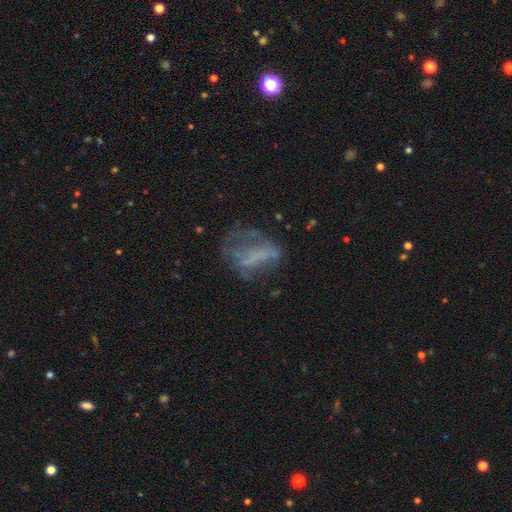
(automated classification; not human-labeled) Smooth or featured?
  - featured or disk: 47% *
  - smooth: 32%
  - star or artifact: 21%
Merging?
  - major disturbance: 38% *
  - none: 37%
  - minor disturbance: 20%
  - merger: 4%